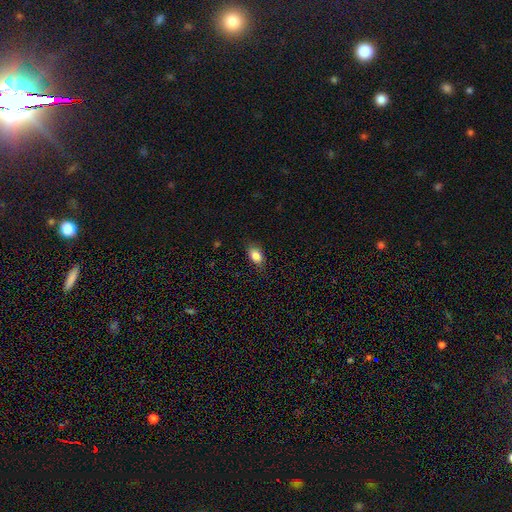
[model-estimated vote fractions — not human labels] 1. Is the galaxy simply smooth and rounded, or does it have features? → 85% smooth, 8% star or artifact, 7% featured or disk.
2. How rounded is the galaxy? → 86% in between, 11% round, 3% cigar-shaped.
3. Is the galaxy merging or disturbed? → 82% none, 14% minor disturbance, 3% major disturbance, 1% merger.